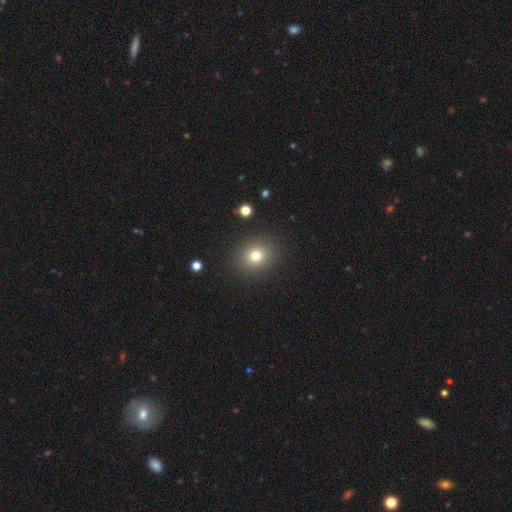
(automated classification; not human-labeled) A smooth galaxy with no disk features (76%) that is round (72%).

Vote fractions:
- Smooth or featured? smooth: 76% / star or artifact: 14% / featured or disk: 9%
- How rounded? round: 72% / in between: 27% / cigar-shaped: 1%
- Merging? none: 89% / minor disturbance: 7% / major disturbance: 3% / merger: 1%